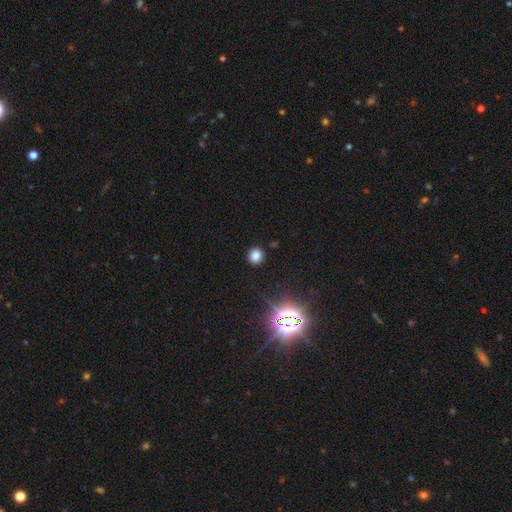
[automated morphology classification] Smooth or featured? smooth (75%)
How rounded? round (85%)
Merging? none (90%)